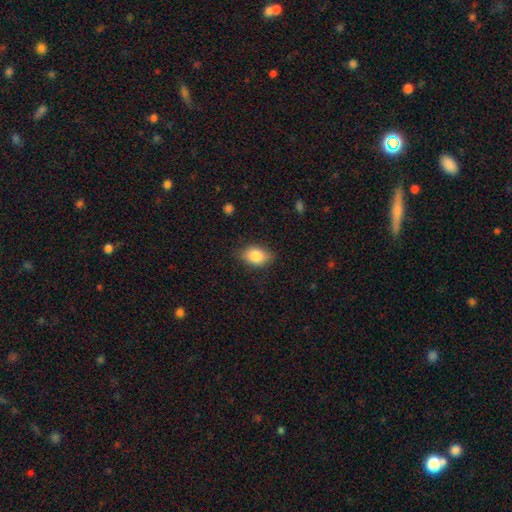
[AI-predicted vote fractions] Q: Smooth or featured?
A: smooth (85%); runner-up: featured or disk (7%)
Q: How rounded?
A: in between (82%); runner-up: round (16%)
Q: Merging?
A: none (79%); runner-up: minor disturbance (16%)